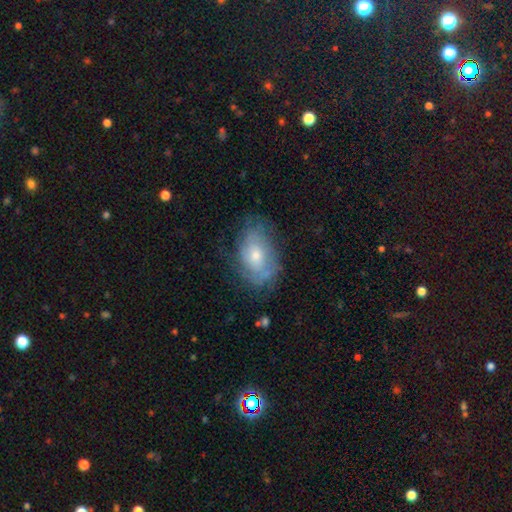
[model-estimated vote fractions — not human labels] Q: Smooth or featured?
A: featured or disk (55%); runner-up: smooth (37%)
Q: Edge-on disk?
A: no (94%); runner-up: yes (6%)
Q: Bar?
A: no (77%); runner-up: weak (20%)
Q: Spiral arms?
A: yes (69%); runner-up: no (31%)
Q: Bulge size?
A: moderate (51%); runner-up: small (43%)
Q: Merging?
A: none (65%); runner-up: minor disturbance (24%)